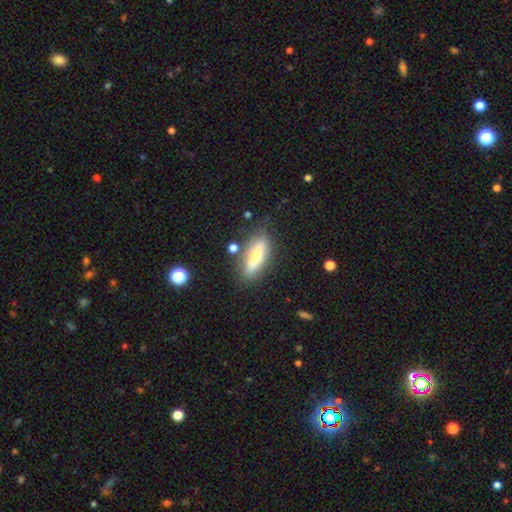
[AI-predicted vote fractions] Smooth or featured? Predicted: smooth (p=0.55). How rounded? Predicted: in between (p=0.59). Merging? Predicted: none (p=0.76).